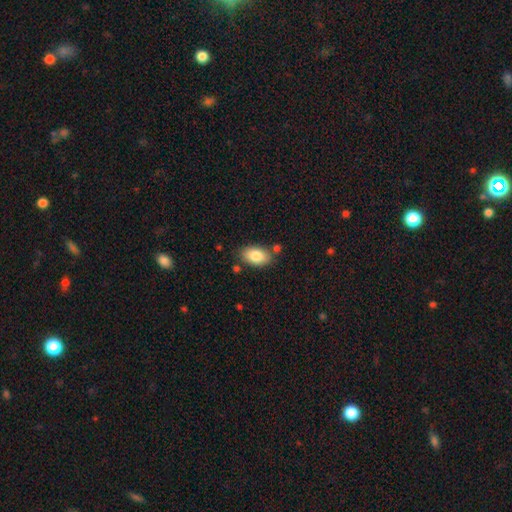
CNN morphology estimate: smooth-or-featured: smooth: 85% | featured or disk: 8% | star or artifact: 7%
  how-rounded: in between: 93% | round: 5% | cigar-shaped: 2%
  merging: none: 78% | minor disturbance: 13% | merger: 6% | major disturbance: 3%